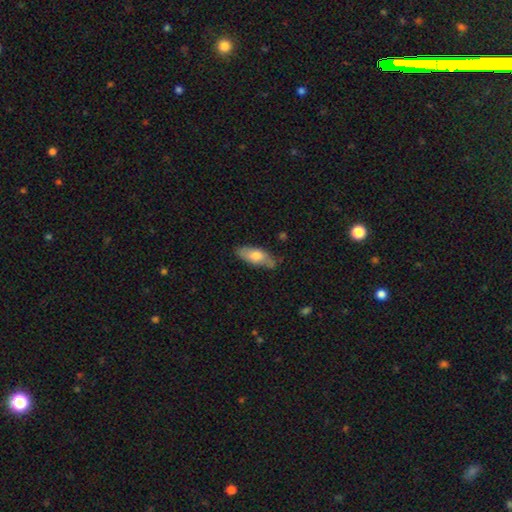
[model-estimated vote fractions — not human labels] smooth_or_featured: smooth (p=0.68) [alt: featured or disk p=0.26]
how_rounded: in between (p=0.76) [alt: cigar-shaped p=0.21]
merging: none (p=0.73) [alt: minor disturbance p=0.21]